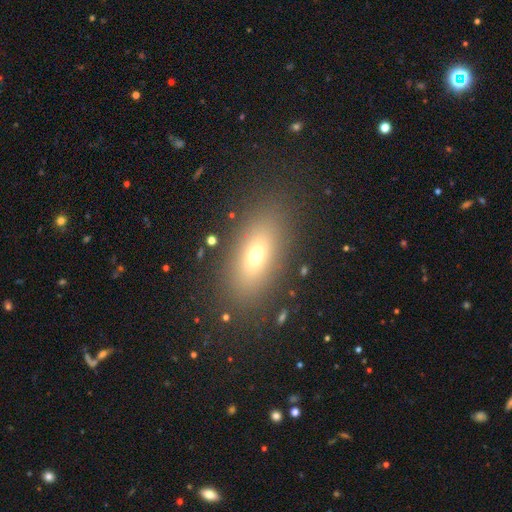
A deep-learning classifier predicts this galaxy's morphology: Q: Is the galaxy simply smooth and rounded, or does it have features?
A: smooth — 68%.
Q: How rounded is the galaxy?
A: in between — 78%.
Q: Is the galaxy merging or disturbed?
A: none — 86%.